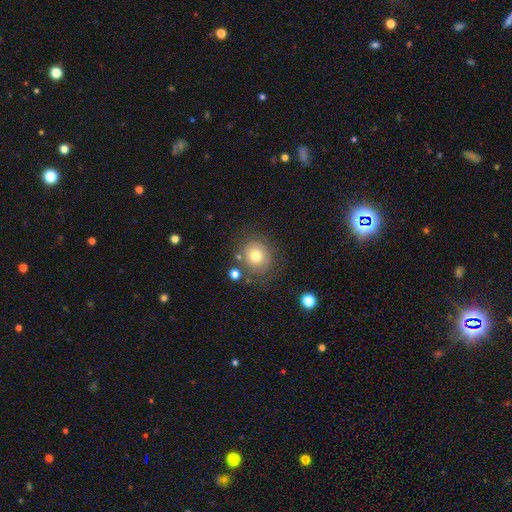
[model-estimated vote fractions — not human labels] smooth-or-featured: smooth: 68% | featured or disk: 21% | star or artifact: 11%
  how-rounded: round: 81% | in between: 18% | cigar-shaped: 1%
  merging: none: 74% | minor disturbance: 14% | major disturbance: 7% | merger: 5%